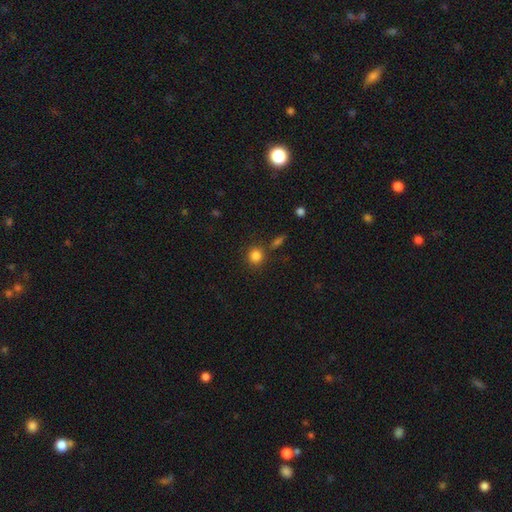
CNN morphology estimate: Smooth or featured? smooth (84%)
How rounded? round (88%)
Merging? none (78%)